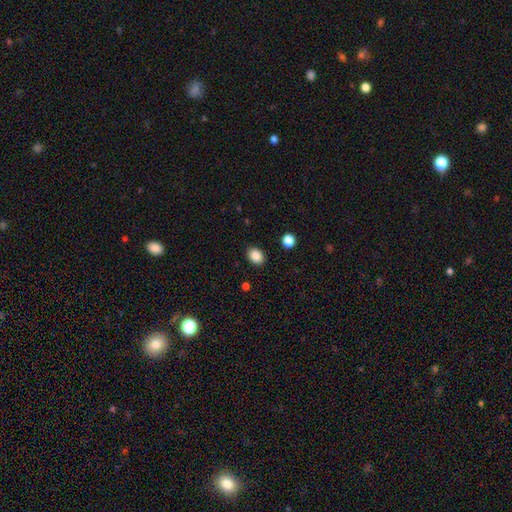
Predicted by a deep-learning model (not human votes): smooth-or-featured: smooth: 87% | star or artifact: 9% | featured or disk: 4%
  how-rounded: in between: 60% | round: 40% | cigar-shaped: 1%
  merging: none: 89% | minor disturbance: 7% | major disturbance: 2% | merger: 1%